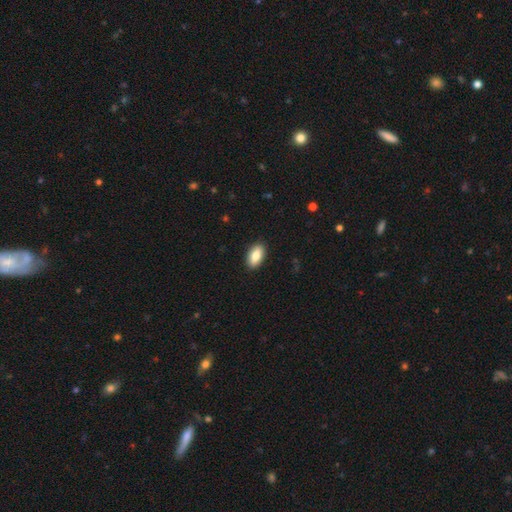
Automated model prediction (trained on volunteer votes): Smooth or featured?
  - smooth: 81% *
  - featured or disk: 12%
  - star or artifact: 7%
How rounded?
  - in between: 91% *
  - cigar-shaped: 5%
  - round: 4%
Merging?
  - none: 89% *
  - minor disturbance: 8%
  - major disturbance: 2%
  - merger: 1%